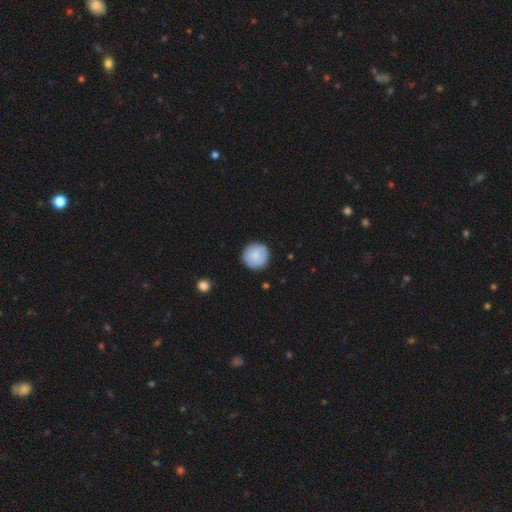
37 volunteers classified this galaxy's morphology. Smooth or featured: smooth — 78% (featured or disk — 19%)
How rounded: round — 93% (in between — 7%)
Merging: none — 83% (minor disturbance — 14%)